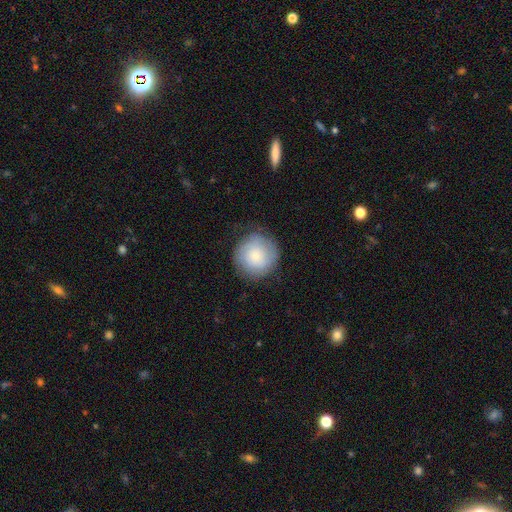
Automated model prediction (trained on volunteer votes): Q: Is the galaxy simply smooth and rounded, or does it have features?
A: smooth — 67%.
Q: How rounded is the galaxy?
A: round — 92%.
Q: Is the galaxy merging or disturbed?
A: none — 76%.